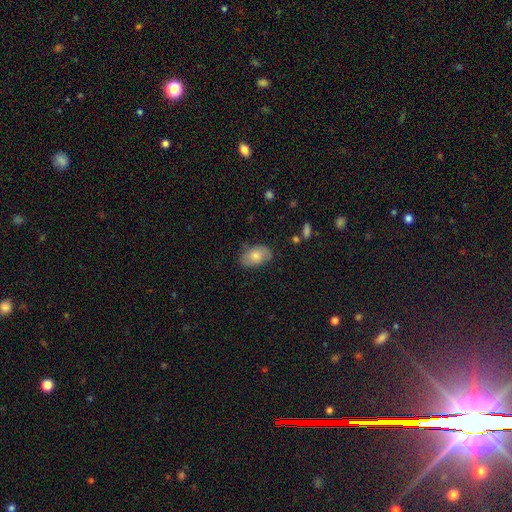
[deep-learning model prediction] Smooth or featured?
  - smooth: 71% *
  - featured or disk: 22%
  - star or artifact: 7%
How rounded?
  - in between: 91% *
  - round: 8%
  - cigar-shaped: 1%
Merging?
  - none: 71% *
  - minor disturbance: 22%
  - major disturbance: 5%
  - merger: 2%